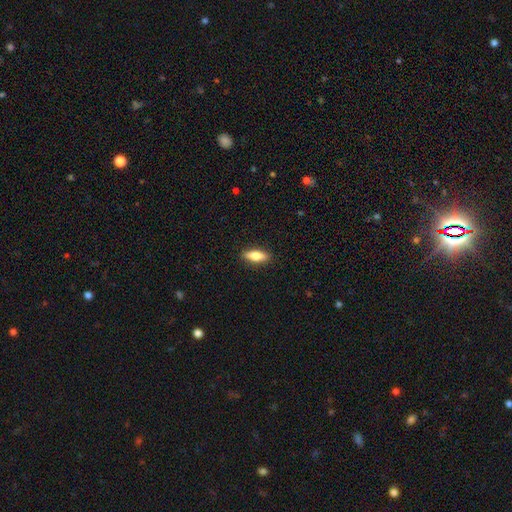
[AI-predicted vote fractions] Overall: smooth (69%). How rounded: in between (60%; cigar-shaped 37%). Merging: none (89%).